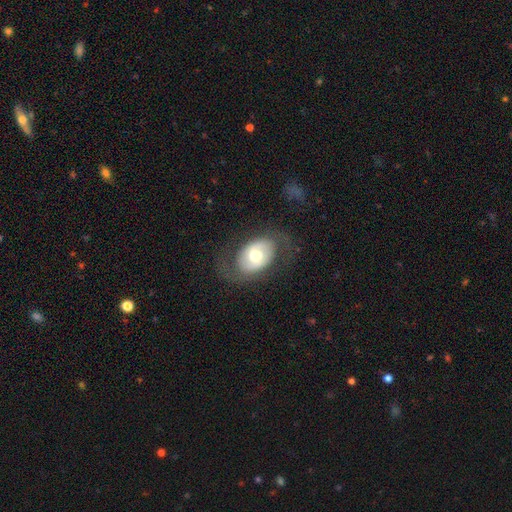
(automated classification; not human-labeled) Smooth or featured? featured or disk (54%)
Edge-on disk? no (93%)
Merging? none (72%)